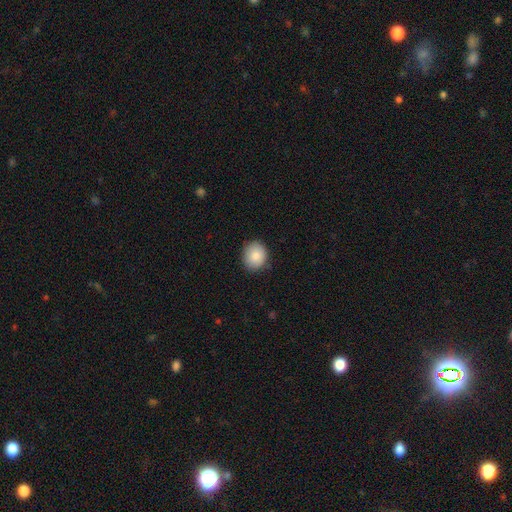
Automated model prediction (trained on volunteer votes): Overall: smooth (87%). How rounded: round (70%). Merging: none (85%).